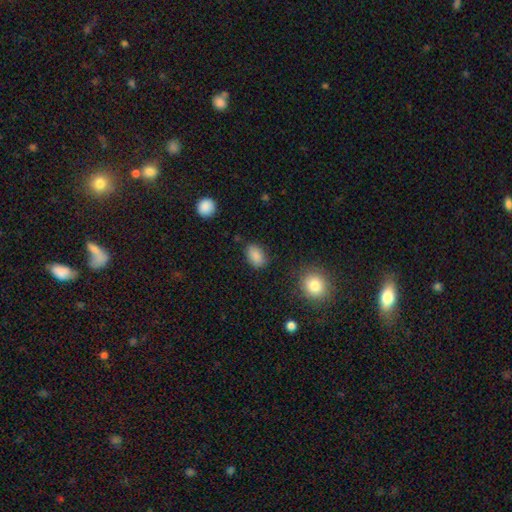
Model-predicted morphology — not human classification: Overall: smooth (86%). How rounded: in between (86%). Merging: none (80%).